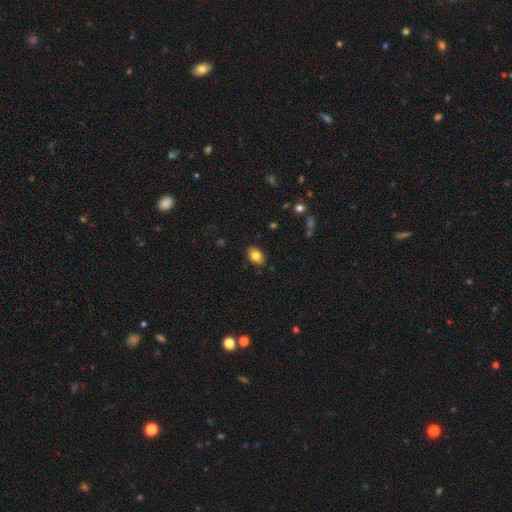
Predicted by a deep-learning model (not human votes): Smooth or featured? smooth (81%)
How rounded? in between (80%)
Merging? none (86%)